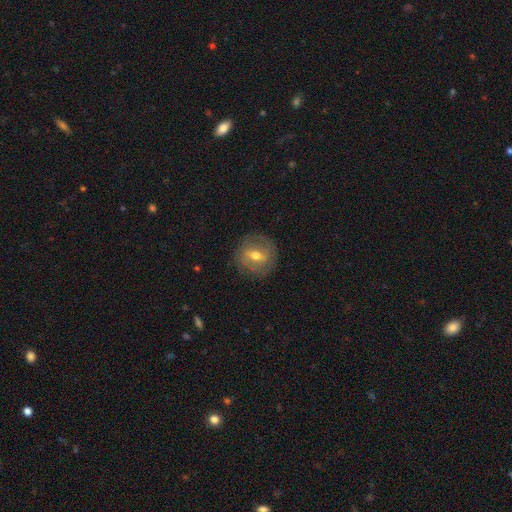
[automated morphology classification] This appears to be a featured or disk galaxy (60%) with a weak bar (48%), spiral arms (59%) and a moderate central bulge (71%). Merging: none (83%).